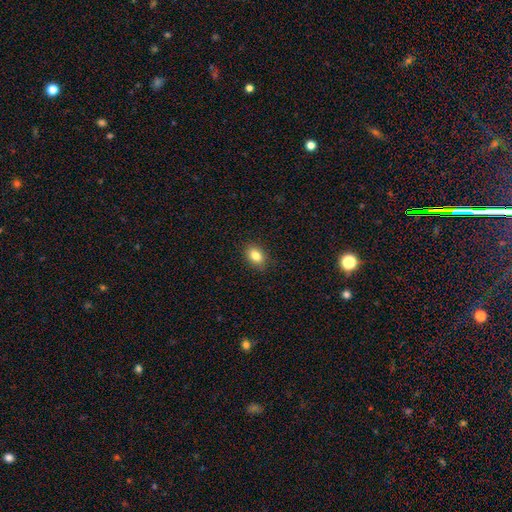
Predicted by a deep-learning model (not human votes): smooth_or_featured: smooth (p=0.83) [alt: star or artifact p=0.09]
how_rounded: in between (p=0.80) [alt: round p=0.19]
merging: none (p=0.88) [alt: minor disturbance p=0.09]